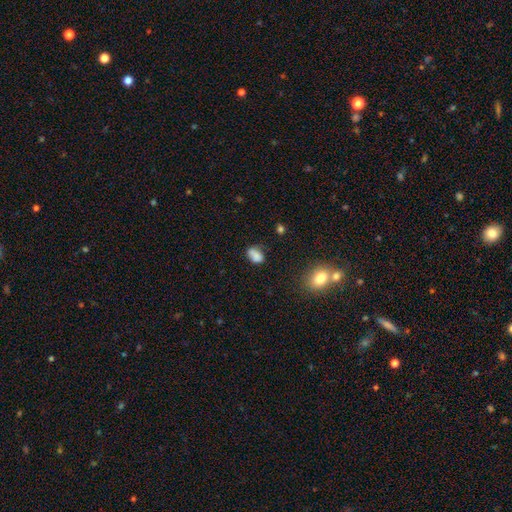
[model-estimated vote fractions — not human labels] This is likely a smooth galaxy (79%). How rounded: clearly in between (82%). Merging: possibly none (53%).